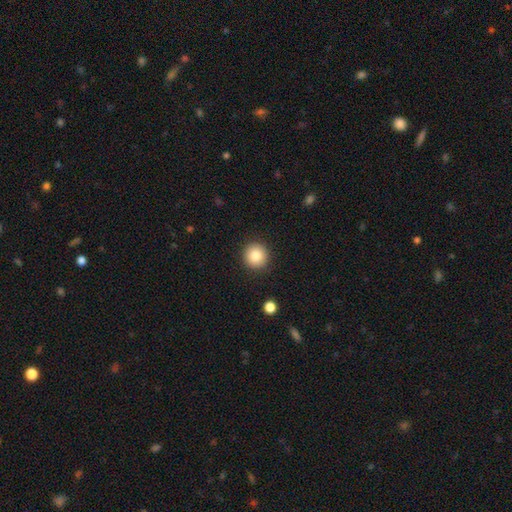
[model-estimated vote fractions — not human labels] This appears to be a smooth galaxy with no disk features (83%) that is round (95%). Merging: none (91%).